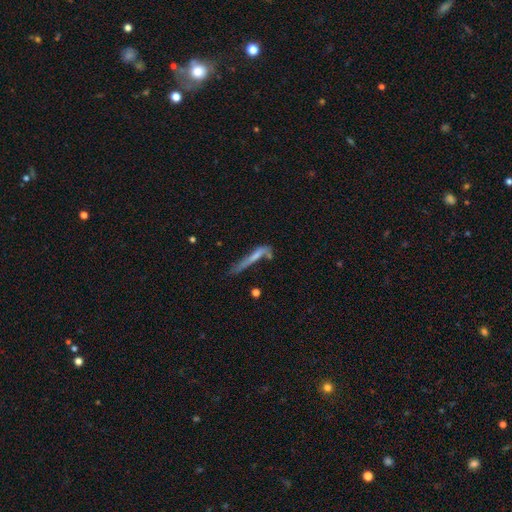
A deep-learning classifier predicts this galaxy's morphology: A smooth galaxy with no disk features (45%).

Vote fractions:
- Smooth or featured? smooth: 45% / featured or disk: 44% / star or artifact: 11%
- Merging? none: 41% / minor disturbance: 22% / major disturbance: 22% / merger: 14%